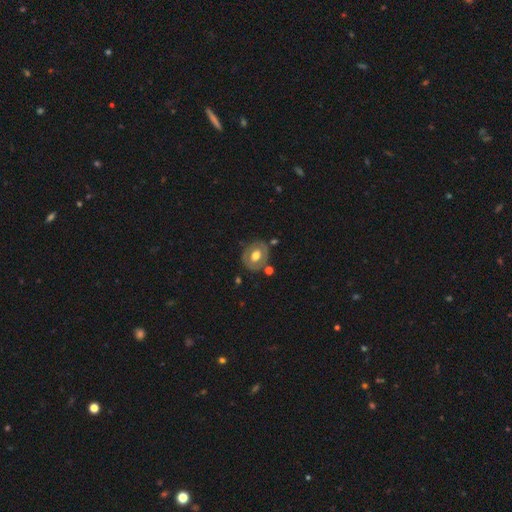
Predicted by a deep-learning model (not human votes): The model was most divided on "smooth or featured": featured or disk: 49%, smooth: 45%, star or artifact: 6%. More confident: merging — none (74%).